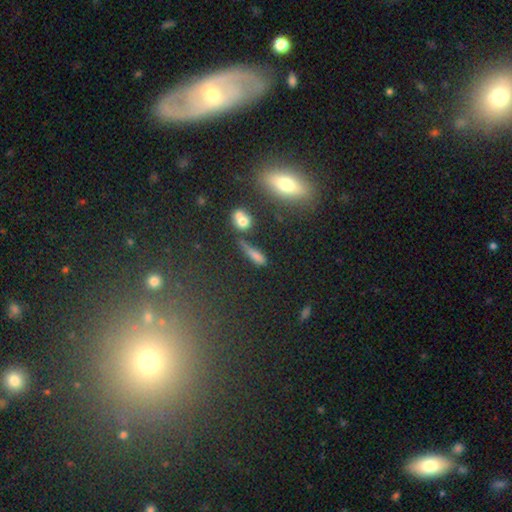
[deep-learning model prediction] Q: Smooth or featured?
A: smooth (66%); runner-up: star or artifact (19%)
Q: How rounded?
A: cigar-shaped (65%); runner-up: in between (27%)
Q: Merging?
A: none (54%); runner-up: minor disturbance (21%)